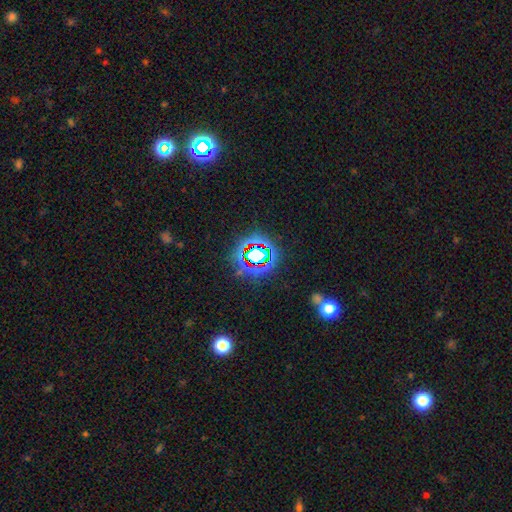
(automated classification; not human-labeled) smooth_or_featured: star or artifact (p=0.71) [alt: smooth p=0.18]